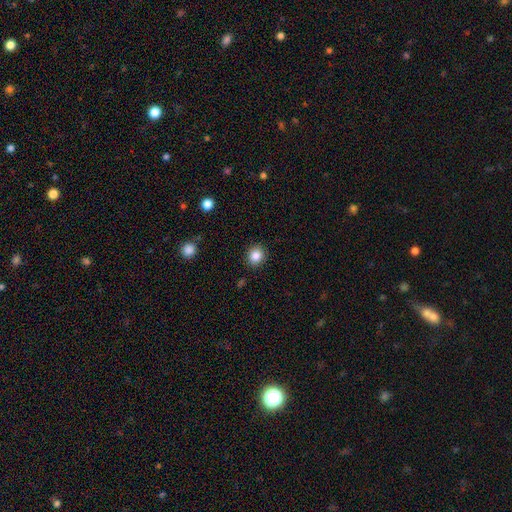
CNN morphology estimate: This is clearly a smooth galaxy (85%). How rounded: clearly round (80%). Merging: clearly none (89%).